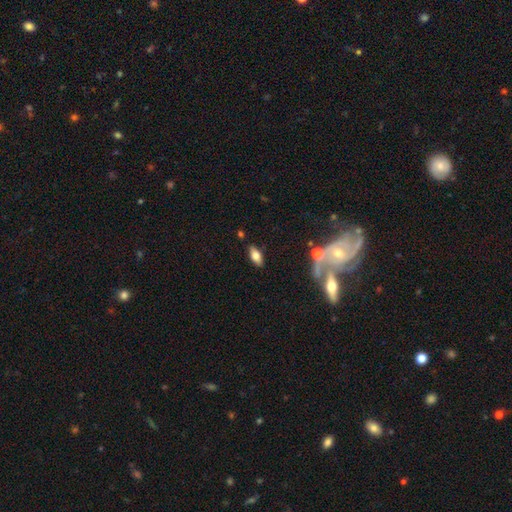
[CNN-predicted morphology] Q: Smooth or featured?
A: smooth (65%); runner-up: featured or disk (26%)
Q: How rounded?
A: in between (84%); runner-up: cigar-shaped (13%)
Q: Merging?
A: none (84%); runner-up: minor disturbance (10%)